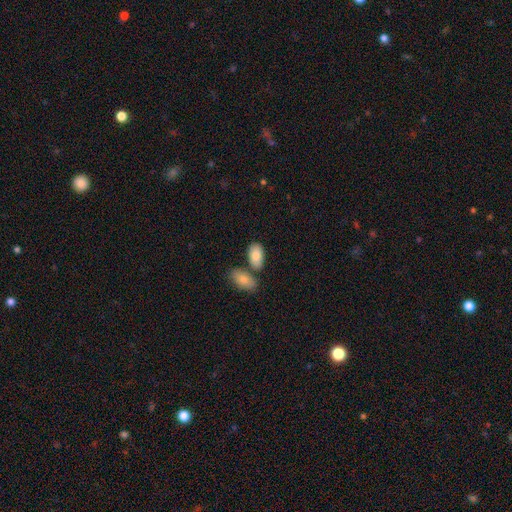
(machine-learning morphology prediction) Smooth or featured?
  - smooth: 83% *
  - featured or disk: 11%
  - star or artifact: 6%
How rounded?
  - in between: 93% *
  - round: 5%
  - cigar-shaped: 2%
Merging?
  - none: 58% *
  - merger: 26%
  - minor disturbance: 13%
  - major disturbance: 3%